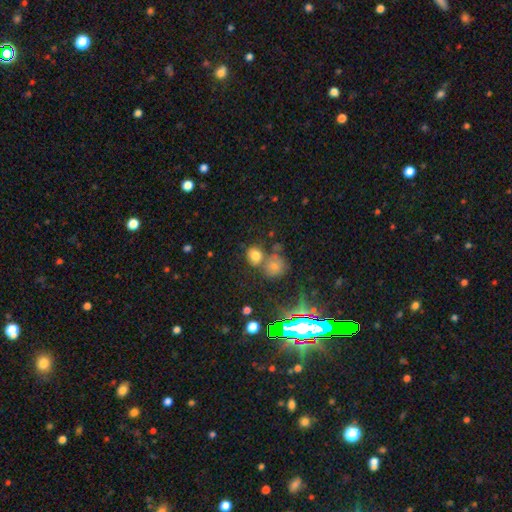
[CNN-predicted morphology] type=smooth (72%); roundness=round (70%); merging=none (56%).